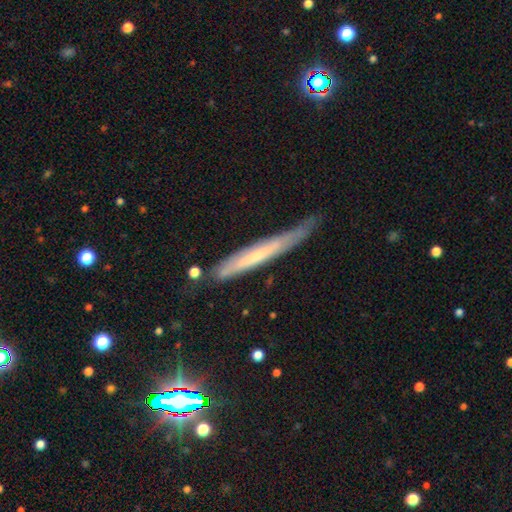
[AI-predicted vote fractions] Q: Smooth or featured?
A: featured or disk (51%); runner-up: smooth (42%)
Q: Edge-on disk?
A: yes (82%); runner-up: no (18%)
Q: Merging?
A: none (59%); runner-up: minor disturbance (30%)